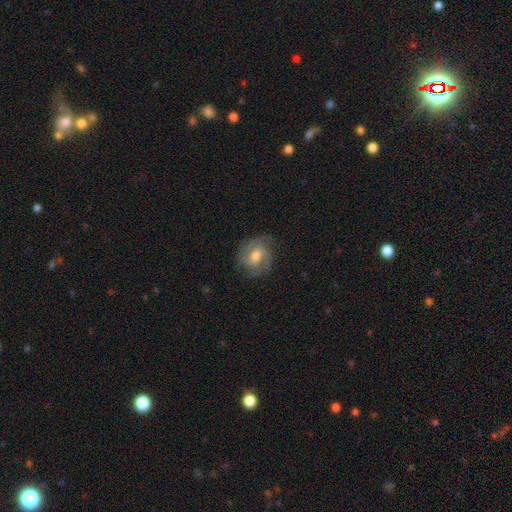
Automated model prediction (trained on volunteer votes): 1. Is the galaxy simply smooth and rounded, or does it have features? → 79% featured or disk, 15% smooth, 6% star or artifact.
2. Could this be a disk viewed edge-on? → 97% no, 3% yes.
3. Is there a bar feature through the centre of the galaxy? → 48% weak, 40% no, 13% strong.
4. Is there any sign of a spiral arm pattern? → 95% yes, 5% no.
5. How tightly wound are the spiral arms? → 45% medium, 42% tight, 13% loose.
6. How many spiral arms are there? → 38% 2, 33% 3, 16% can't tell, 5% 4, 4% 1, 4% more than 4.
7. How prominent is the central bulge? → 65% moderate, 27% small, 5% large, 2% none, 1% dominant.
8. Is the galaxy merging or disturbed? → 75% none, 17% minor disturbance, 7% major disturbance, 1% merger.